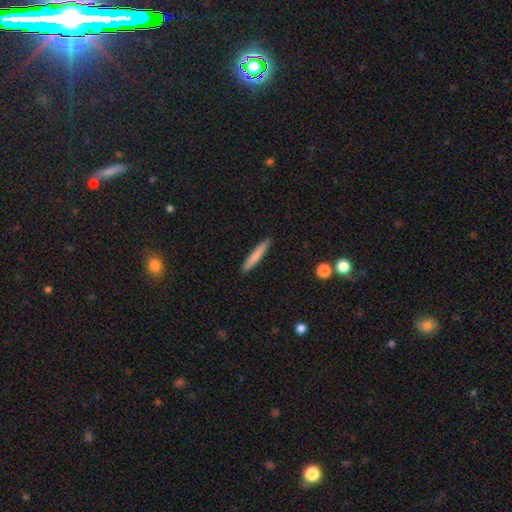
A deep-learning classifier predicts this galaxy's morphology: Smooth or featured?
  - smooth: 77% *
  - featured or disk: 17%
  - star or artifact: 6%
How rounded?
  - cigar-shaped: 95% *
  - in between: 4%
  - round: 1%
Merging?
  - none: 91% *
  - minor disturbance: 6%
  - major disturbance: 1%
  - merger: 1%